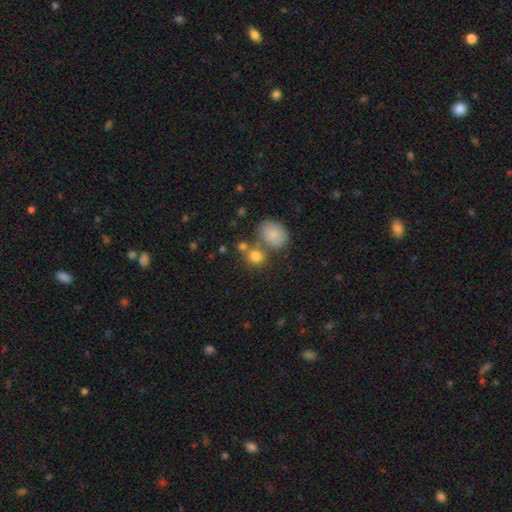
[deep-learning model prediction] Smooth or featured? smooth (80%)
How rounded? round (80%)
Merging? none (60%)